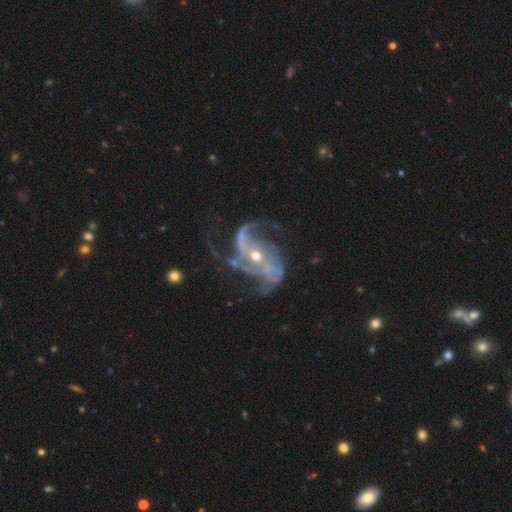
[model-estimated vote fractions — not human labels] This appears to be a featured or disk galaxy (90%) with no bar (45%), 2 (41%) medium (46%) spiral arms (97%) and a small central bulge (52%). Merging: none (50%).